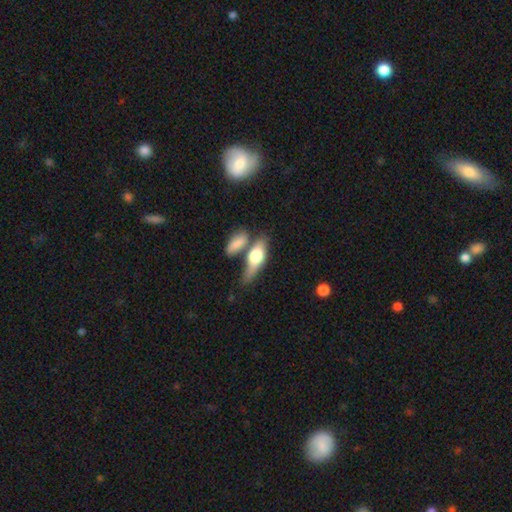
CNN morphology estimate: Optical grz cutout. It shows a smooth galaxy with no disk features (56%) that is in between round and cigar-shaped (60%). Merging: none (45%).